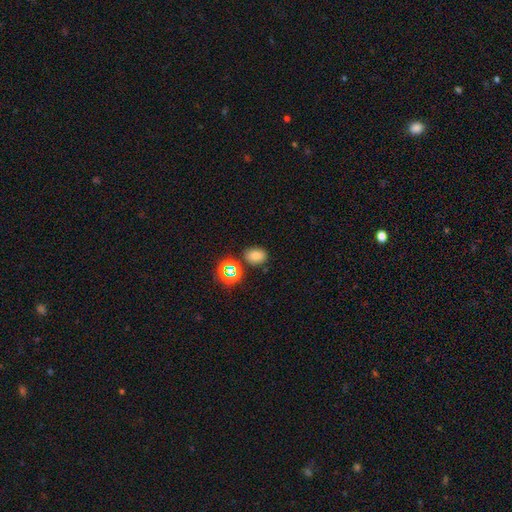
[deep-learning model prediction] This appears to be a smooth galaxy with no disk features (73%) that is in between round and cigar-shaped (61%). Merging: none (79%).